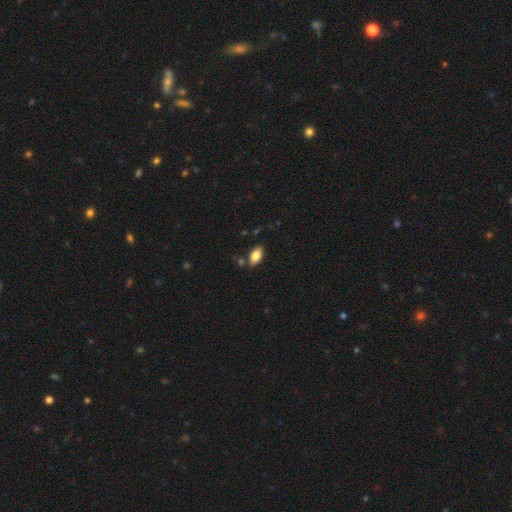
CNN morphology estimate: Smooth or featured?
  - smooth: 81% *
  - featured or disk: 11%
  - star or artifact: 8%
How rounded?
  - in between: 92% *
  - round: 5%
  - cigar-shaped: 3%
Merging?
  - none: 77% *
  - minor disturbance: 14%
  - merger: 6%
  - major disturbance: 3%